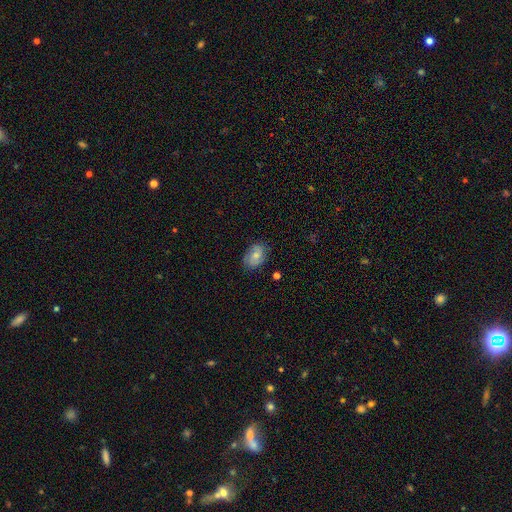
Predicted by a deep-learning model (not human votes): Morphology: type=smooth (47%); merging=none (76%).